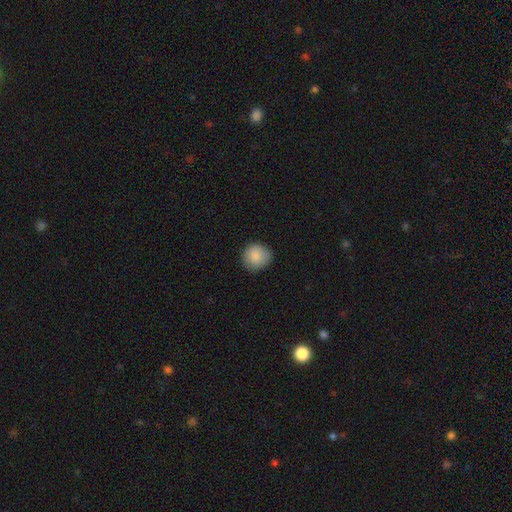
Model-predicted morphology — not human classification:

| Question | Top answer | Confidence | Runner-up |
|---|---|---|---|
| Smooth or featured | smooth | 88% | star or artifact (7%) |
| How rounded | round | 91% | in between (8%) |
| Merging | none | 86% | minor disturbance (11%) |